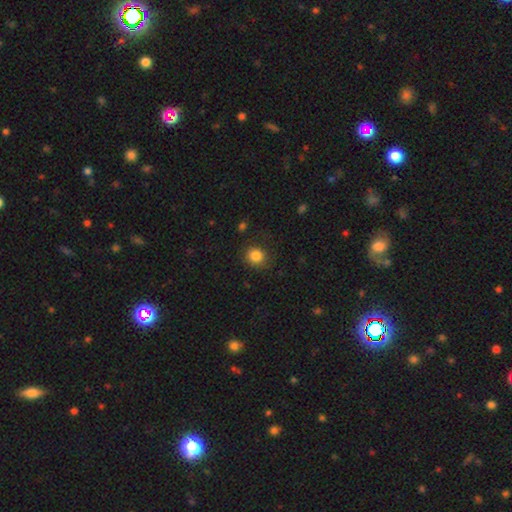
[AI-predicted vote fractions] A smooth galaxy with no disk features (84%) that is round (81%). Merging: none (82%).